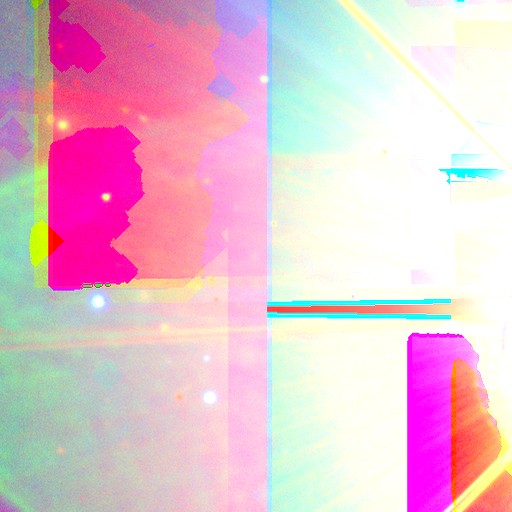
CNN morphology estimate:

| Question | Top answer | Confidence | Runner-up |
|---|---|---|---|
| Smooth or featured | star or artifact | 86% | featured or disk (7%) |